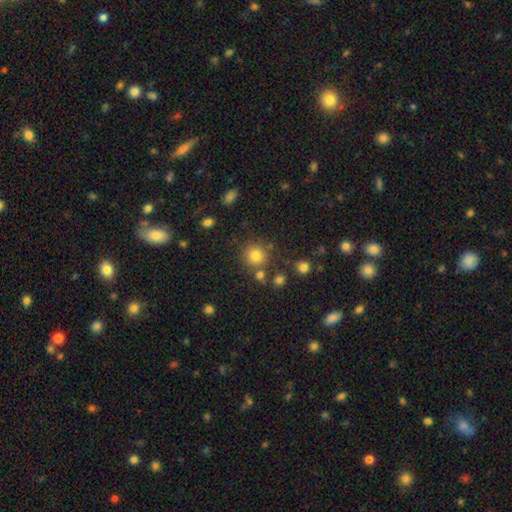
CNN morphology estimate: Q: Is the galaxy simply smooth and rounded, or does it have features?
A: smooth — 81%.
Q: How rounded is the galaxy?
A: round — 90%.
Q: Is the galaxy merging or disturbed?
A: none — 76%.